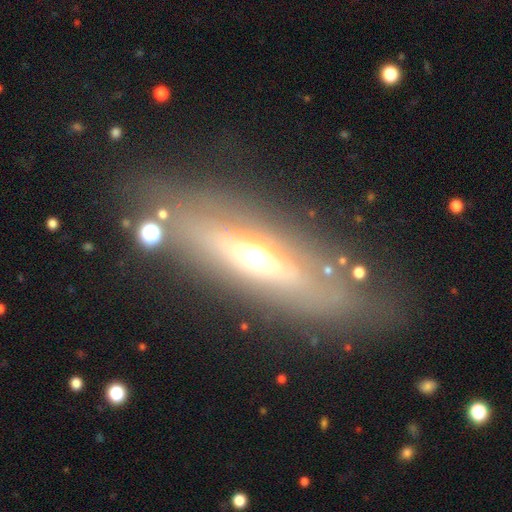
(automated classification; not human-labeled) This appears to be a featured or disk galaxy (54%) viewed edge-on (65%). Merging: none (75%).